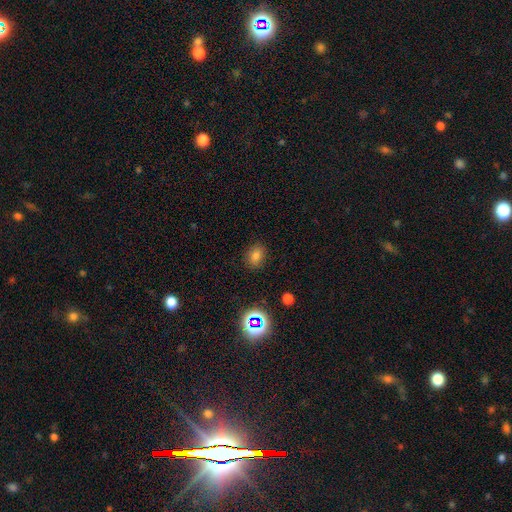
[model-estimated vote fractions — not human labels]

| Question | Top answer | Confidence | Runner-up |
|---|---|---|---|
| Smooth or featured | smooth | 75% | star or artifact (17%) |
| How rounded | in between | 57% | round (42%) |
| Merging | none | 86% | minor disturbance (9%) |